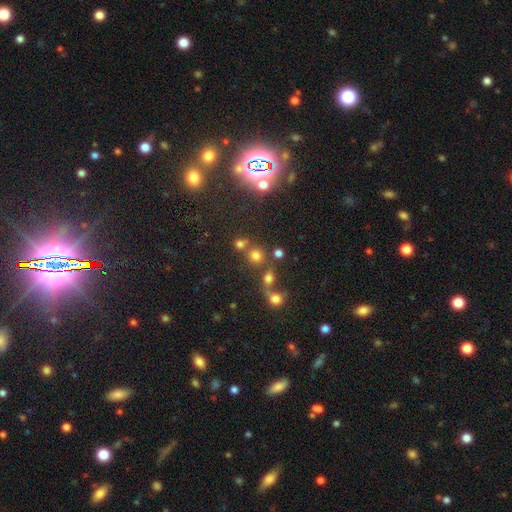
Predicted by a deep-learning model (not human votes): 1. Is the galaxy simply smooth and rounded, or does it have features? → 64% smooth, 27% star or artifact, 9% featured or disk.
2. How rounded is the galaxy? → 87% round, 11% in between, 1% cigar-shaped.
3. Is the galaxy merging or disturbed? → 64% none, 23% merger, 8% minor disturbance, 5% major disturbance.